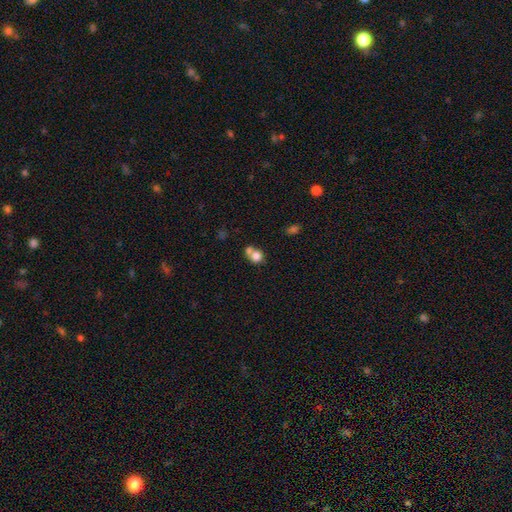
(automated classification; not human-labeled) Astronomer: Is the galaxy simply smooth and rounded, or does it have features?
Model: smooth — 78%.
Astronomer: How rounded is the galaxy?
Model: round — 77%.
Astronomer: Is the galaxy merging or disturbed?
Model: merger — 50% (runner-up: none, 37%).